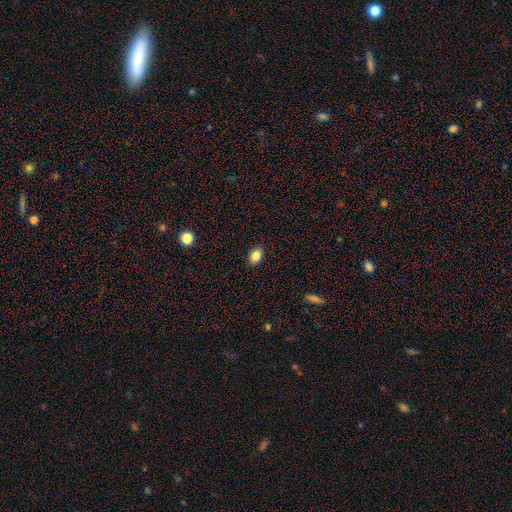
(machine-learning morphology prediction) This is clearly a smooth galaxy (85%). How rounded: likely in between (76%). Merging: clearly none (89%).